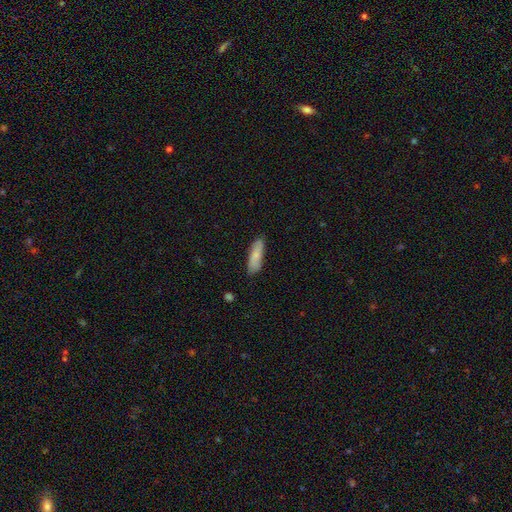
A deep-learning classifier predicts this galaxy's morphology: smooth-or-featured: smooth: 81% | featured or disk: 13% | star or artifact: 6%
  how-rounded: in between: 50% | cigar-shaped: 49% | round: 2%
  merging: none: 84% | minor disturbance: 13% | major disturbance: 2% | merger: 1%